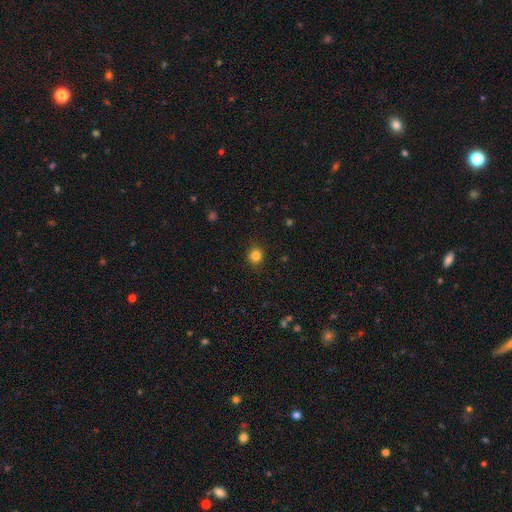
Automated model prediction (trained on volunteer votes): smooth 83%, star or artifact 12%, featured or disk 5%. Down the decision tree: how rounded — round (83%); merging — none (89%).